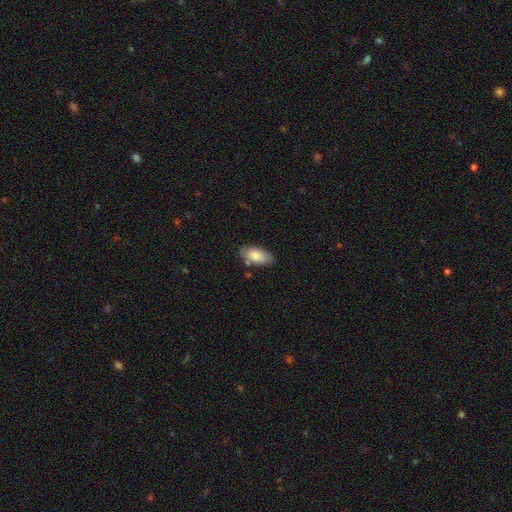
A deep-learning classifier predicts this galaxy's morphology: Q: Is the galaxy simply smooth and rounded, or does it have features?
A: smooth — 82%.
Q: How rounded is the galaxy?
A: in between — 94%.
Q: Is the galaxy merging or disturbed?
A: none — 72%.